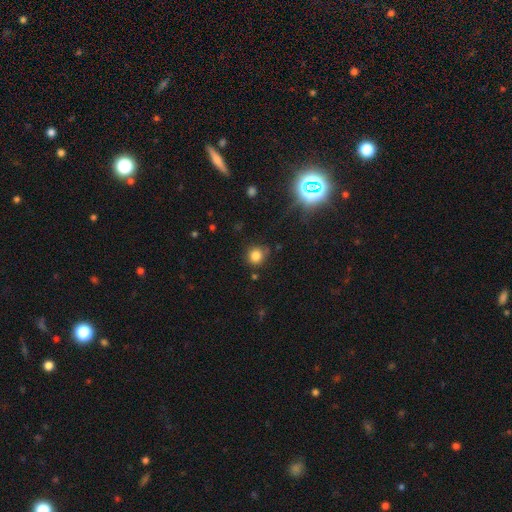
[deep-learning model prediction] Overall: smooth (80%). How rounded: round (88%). Merging: none (78%).